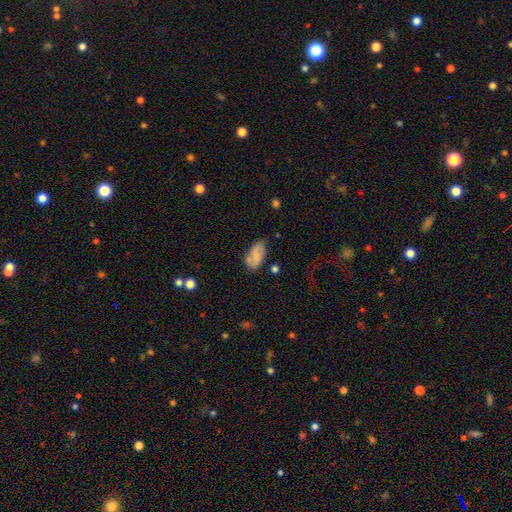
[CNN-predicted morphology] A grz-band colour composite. It shows a smooth galaxy with no disk features (56%) that is in between round and cigar-shaped (91%). Merging: none (65%).